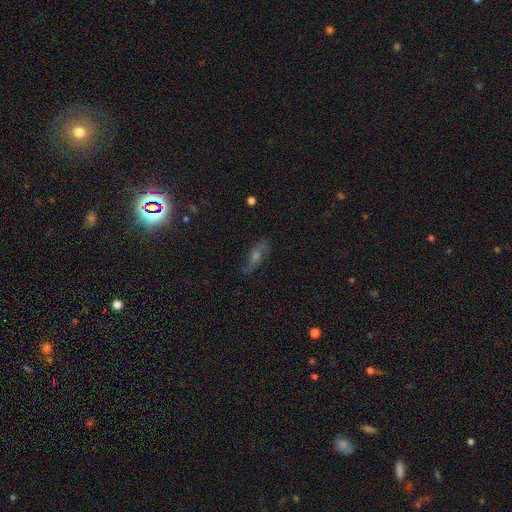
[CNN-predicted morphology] Q: Smooth or featured?
A: featured or disk (50%); runner-up: star or artifact (25%)
Q: Edge-on disk?
A: no (76%); runner-up: yes (24%)
Q: Merging?
A: none (78%); runner-up: minor disturbance (14%)